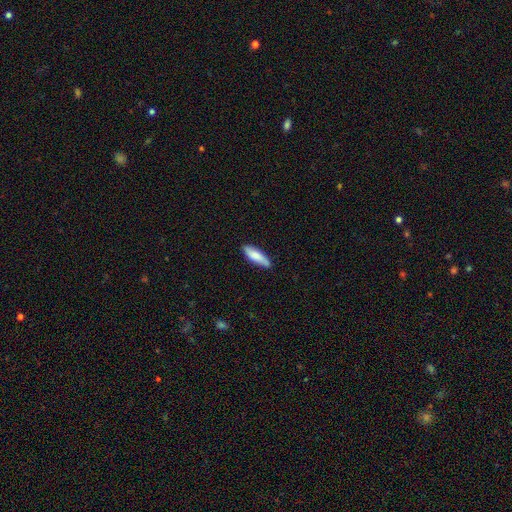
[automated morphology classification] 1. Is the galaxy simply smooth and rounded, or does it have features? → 76% smooth, 18% featured or disk, 6% star or artifact.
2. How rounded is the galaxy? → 56% cigar-shaped, 42% in between, 2% round.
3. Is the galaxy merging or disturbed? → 84% none, 13% minor disturbance, 2% major disturbance, 1% merger.